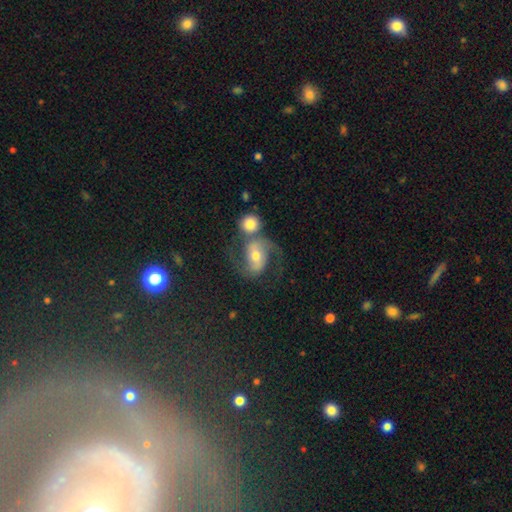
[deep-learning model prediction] Q: Smooth or featured?
A: featured or disk (77%); runner-up: smooth (15%)
Q: Edge-on disk?
A: no (97%); runner-up: yes (3%)
Q: Bar?
A: weak (38%); runner-up: no (35%)
Q: Spiral arms?
A: yes (94%); runner-up: no (6%)
Q: Spiral winding?
A: medium (48%); runner-up: loose (40%)
Q: Spiral arm count?
A: 2 (91%); runner-up: can't tell (3%)
Q: Bulge size?
A: moderate (65%); runner-up: small (25%)
Q: Merging?
A: none (46%); runner-up: merger (30%)